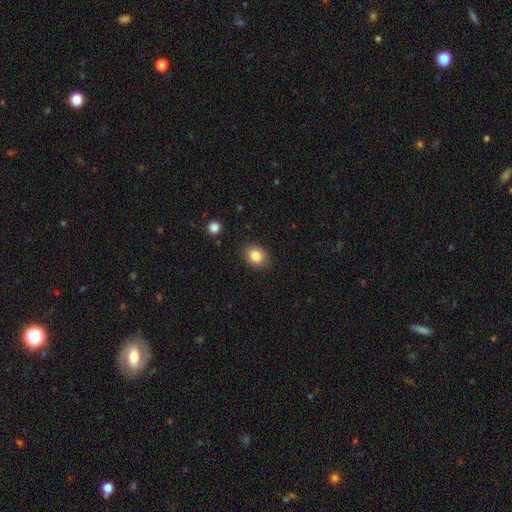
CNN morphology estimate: A smooth galaxy with no disk features (84%) that is round (54%). Merging: none (87%).